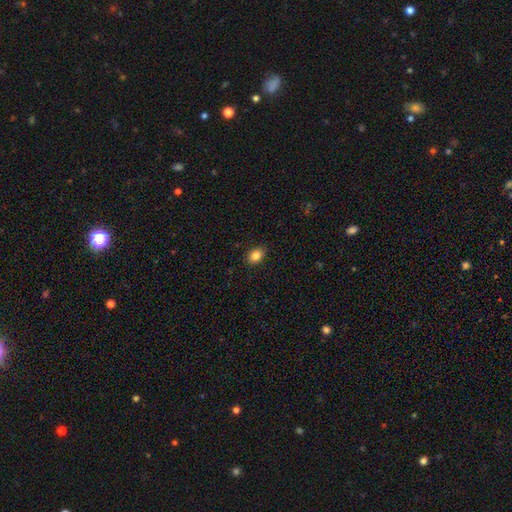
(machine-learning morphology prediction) Smooth or featured? smooth (85%)
How rounded? in between (74%)
Merging? none (89%)